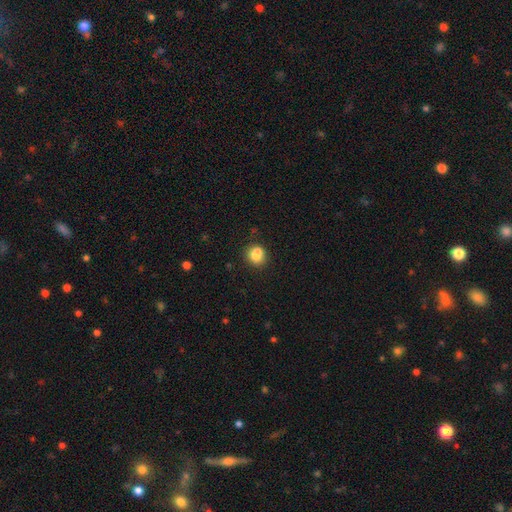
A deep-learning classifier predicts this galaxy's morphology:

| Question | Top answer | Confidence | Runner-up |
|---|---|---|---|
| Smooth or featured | smooth | 75% | featured or disk (14%) |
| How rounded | round | 75% | in between (24%) |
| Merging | none | 49% | merger (37%) |